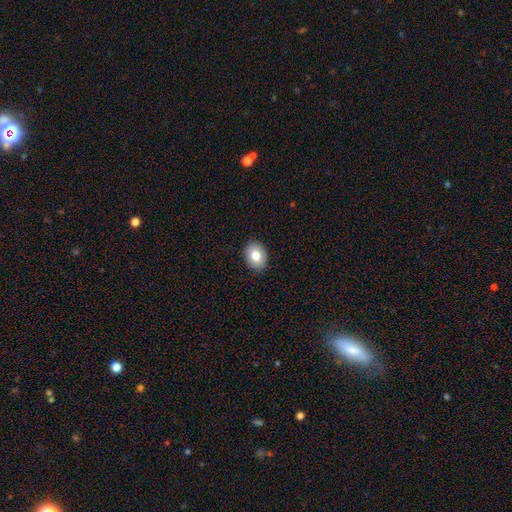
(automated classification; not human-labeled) smooth_or_featured: smooth (p=0.80) [alt: featured or disk p=0.12]
how_rounded: in between (p=0.64) [alt: round p=0.36]
merging: none (p=0.90) [alt: minor disturbance p=0.08]